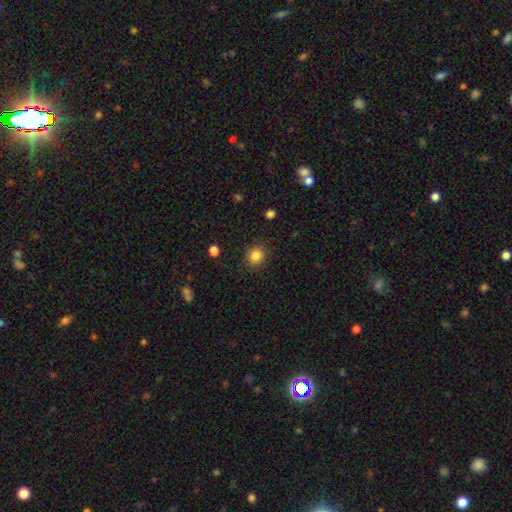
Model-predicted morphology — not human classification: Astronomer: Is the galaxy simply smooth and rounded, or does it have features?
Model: smooth — 84%.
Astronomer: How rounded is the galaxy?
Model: round — 83%.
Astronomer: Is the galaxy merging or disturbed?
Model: none — 88%.